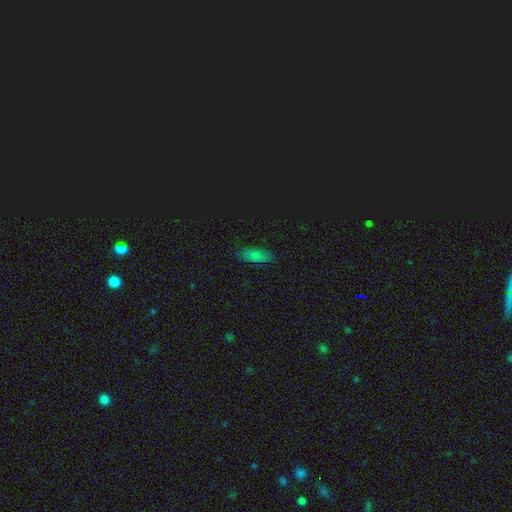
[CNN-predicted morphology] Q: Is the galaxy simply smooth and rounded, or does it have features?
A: smooth — 72%.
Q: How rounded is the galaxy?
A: in between — 80%.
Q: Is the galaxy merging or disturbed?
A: none — 85%.